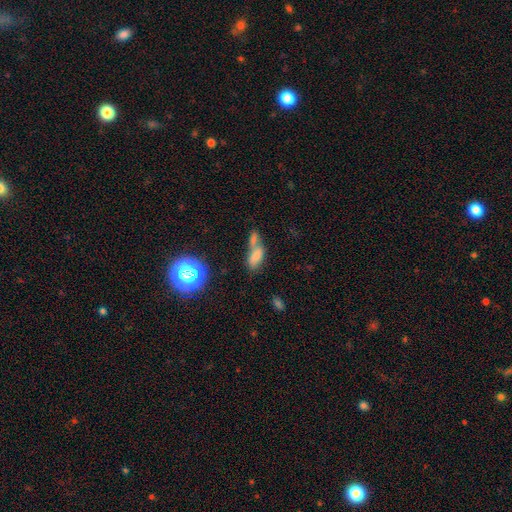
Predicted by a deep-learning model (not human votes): A smooth galaxy with no disk features (68%) that is in between round and cigar-shaped (81%). Merging: merger (59%).